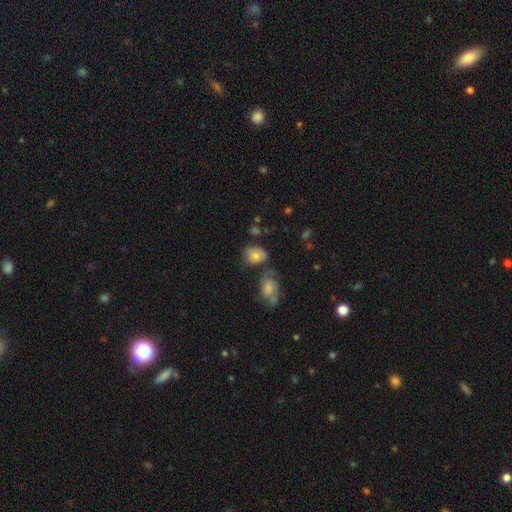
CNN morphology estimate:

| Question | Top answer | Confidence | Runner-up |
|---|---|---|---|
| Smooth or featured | smooth | 68% | featured or disk (22%) |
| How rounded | in between | 57% | round (42%) |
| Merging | none | 50% | minor disturbance (26%) |